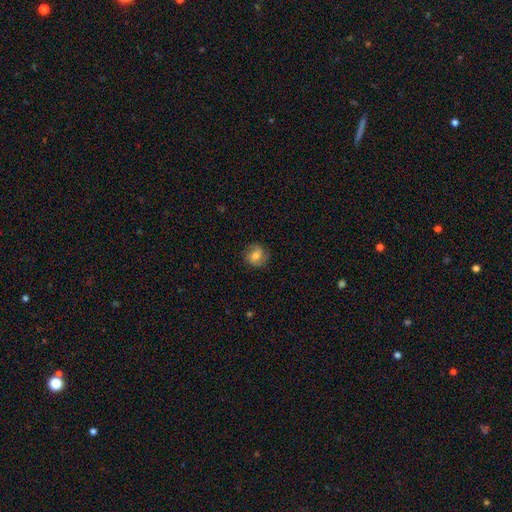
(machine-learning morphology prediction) smooth 58%, featured or disk 32%, star or artifact 10%. Down the decision tree: how rounded — round (80%); merging — none (81%).